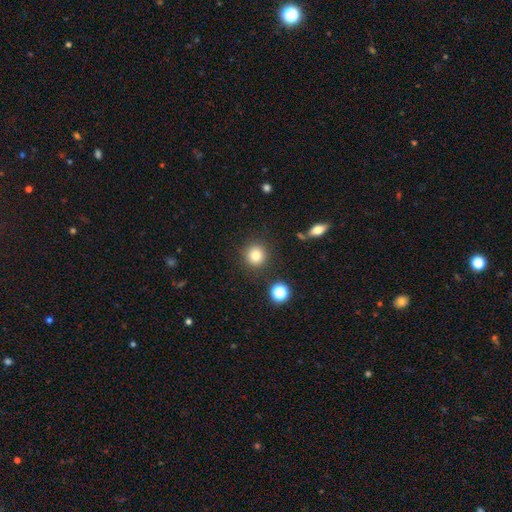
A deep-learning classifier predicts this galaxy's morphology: This is clearly a smooth galaxy (82%). How rounded: clearly round (92%). Merging: clearly none (87%).